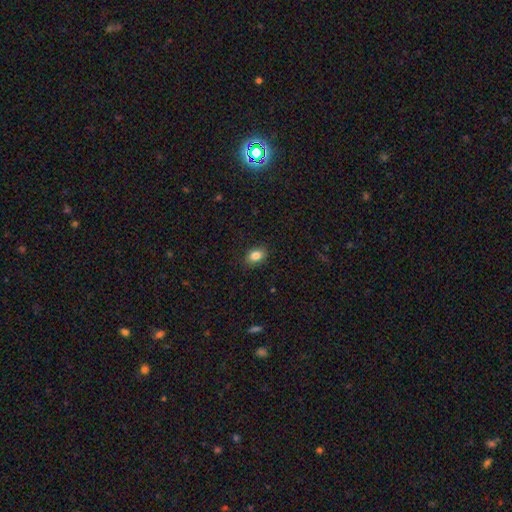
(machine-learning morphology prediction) This appears to be a smooth galaxy with no disk features (84%) that is in between round and cigar-shaped (79%). Merging: none (87%).